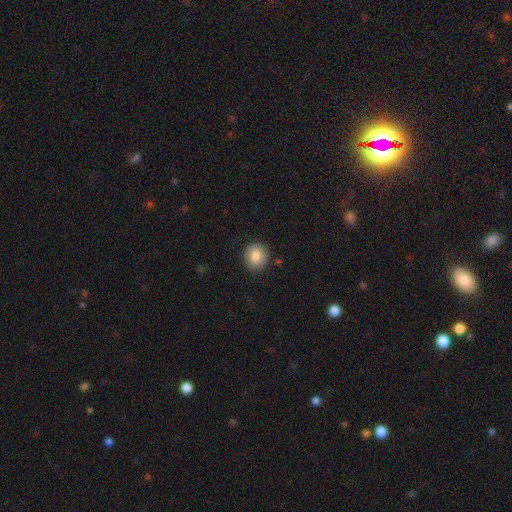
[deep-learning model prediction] smooth_or_featured: smooth (p=0.82) [alt: featured or disk p=0.10]
how_rounded: round (p=0.82) [alt: in between p=0.17]
merging: none (p=0.86) [alt: minor disturbance p=0.10]